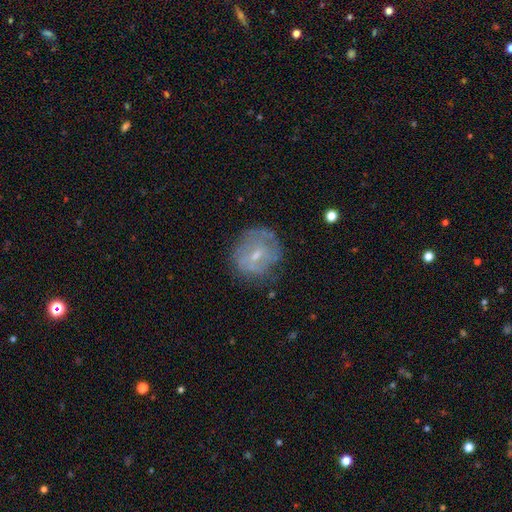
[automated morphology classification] smooth_or_featured: featured or disk (p=0.54) [alt: smooth p=0.36]
disk_edge_on: no (p=0.96) [alt: yes p=0.04]
bar: weak (p=0.46) [alt: no p=0.44]
has_spiral_arms: no (p=0.55) [alt: yes p=0.45]
bulge_size: small (p=0.60) [alt: moderate p=0.32]
merging: none (p=0.63) [alt: minor disturbance p=0.22]